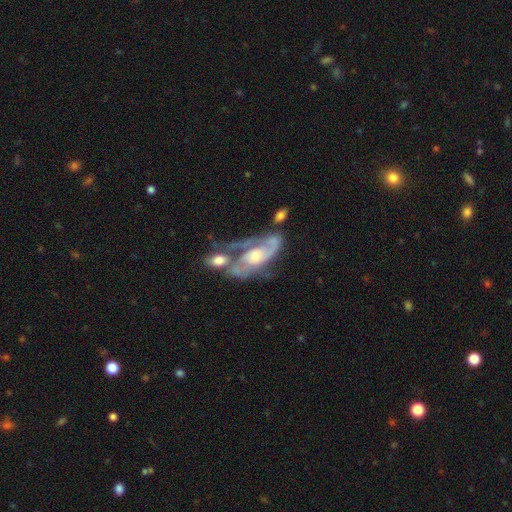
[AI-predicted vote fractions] featured or disk 84%, smooth 10%, star or artifact 6%. Down the decision tree: edge-on disk — no (95%); bar — no (64%); spiral arms — yes (91%); spiral arm count — 2 (64%); spiral winding — medium (43%); bulge size — moderate (52%); merging — merger (43%).